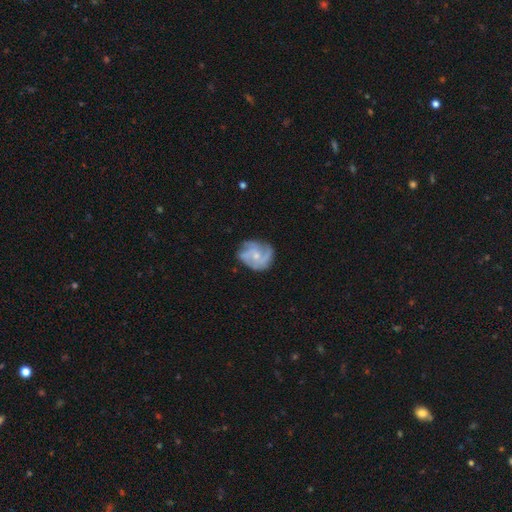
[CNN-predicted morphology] This appears to be a featured or disk galaxy (76%) with no bar (75%), 3 (44%) medium (45%) spiral arms (91%) and a small central bulge (62%). Merging: none (66%).